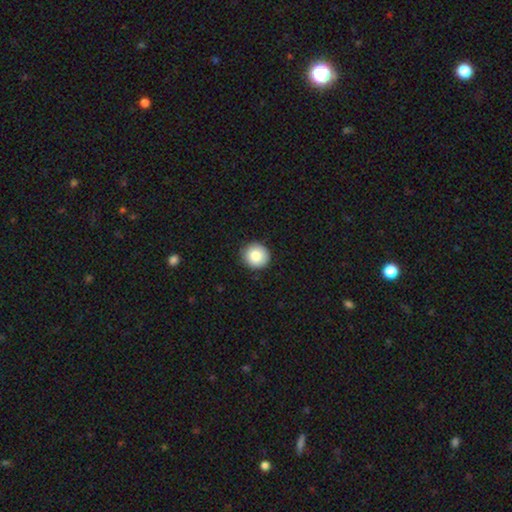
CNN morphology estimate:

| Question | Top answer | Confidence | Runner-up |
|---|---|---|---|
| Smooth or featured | smooth | 84% | star or artifact (9%) |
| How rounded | round | 93% | in between (6%) |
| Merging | none | 90% | minor disturbance (7%) |